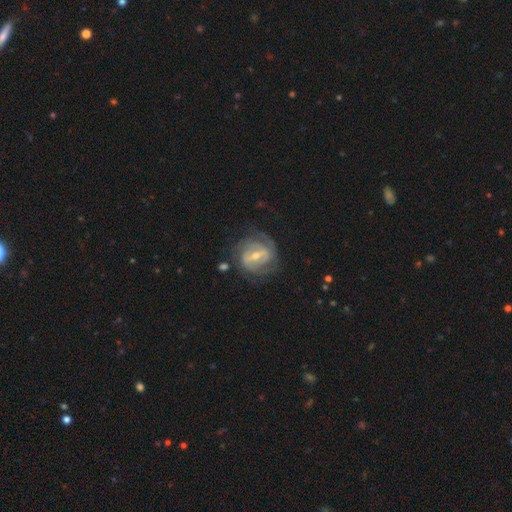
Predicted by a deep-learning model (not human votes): Overall: featured or disk (85%). Edge-on disk: no (96%). Bar: strong (46%; weak 40%). Spiral arms: yes (92%). Spiral arm count: 2 (41%; can't tell 26%). Spiral winding: tight (54%; medium 35%). Bulge size: small (50%; moderate 46%). Merging: none (71%).